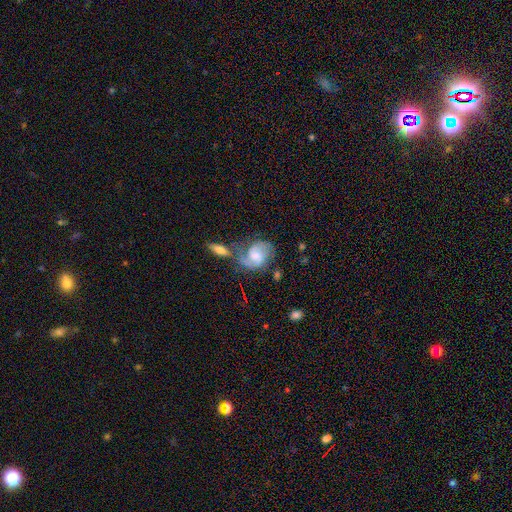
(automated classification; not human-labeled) Smooth or featured? Predicted: featured or disk (p=0.74). Edge-on disk? Predicted: no (p=0.97). Bar? Predicted: no (p=0.45, tied with weak). Spiral arms? Predicted: yes (p=0.94). Spiral winding? Predicted: medium (p=0.51). Spiral arm count? Predicted: 2 (p=0.84). Bulge size? Predicted: moderate (p=0.39). Merging? Predicted: none (p=0.47).